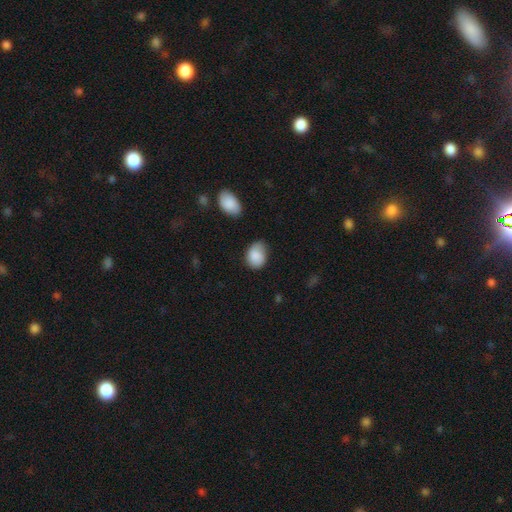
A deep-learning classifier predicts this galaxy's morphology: A smooth galaxy with no disk features (85%) that is in between round and cigar-shaped (66%). Merging: none (58%).